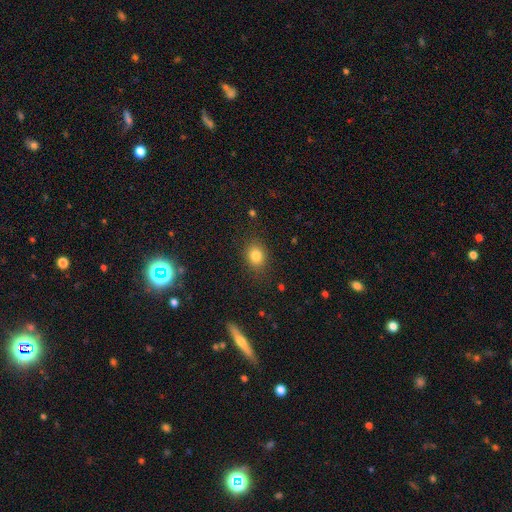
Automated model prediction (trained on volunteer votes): Smooth or featured: smooth — 83% (star or artifact — 11%)
How rounded: round — 50% (in between — 49%)
Merging: none — 84% (minor disturbance — 11%)